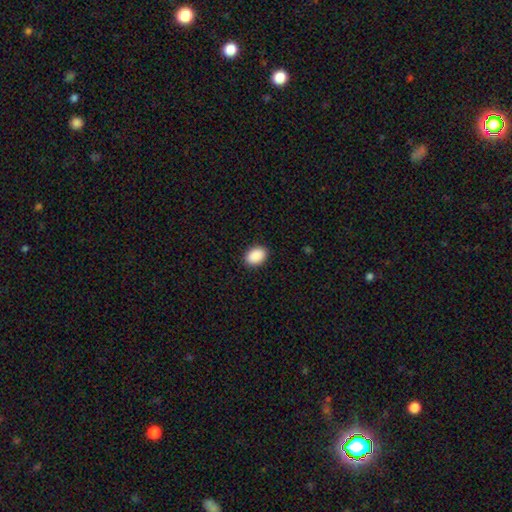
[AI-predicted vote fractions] smooth_or_featured: smooth (p=0.91) [alt: star or artifact p=0.07]
how_rounded: in between (p=0.81) [alt: round p=0.18]
merging: none (p=0.90) [alt: minor disturbance p=0.07]